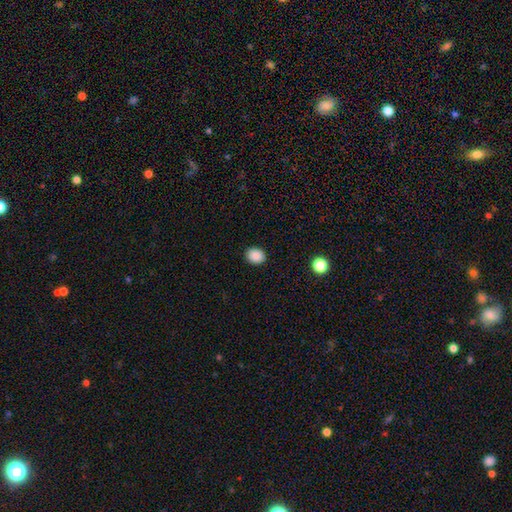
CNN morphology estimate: Smooth or featured: smooth — 88% (star or artifact — 9%)
How rounded: round — 62% (in between — 37%)
Merging: none — 91% (minor disturbance — 6%)